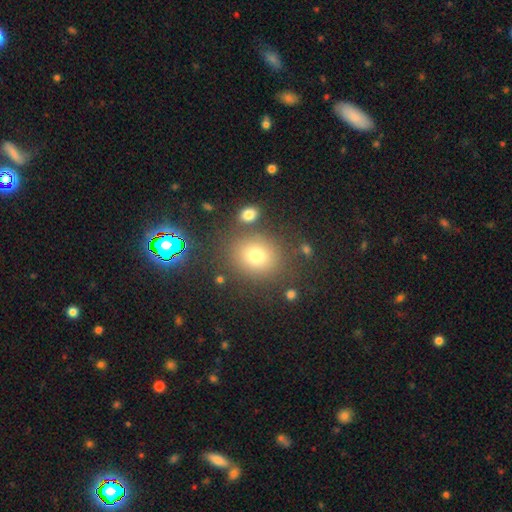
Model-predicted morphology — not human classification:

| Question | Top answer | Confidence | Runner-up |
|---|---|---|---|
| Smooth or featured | smooth | 72% | star or artifact (18%) |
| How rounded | round | 72% | in between (27%) |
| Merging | none | 79% | minor disturbance (10%) |